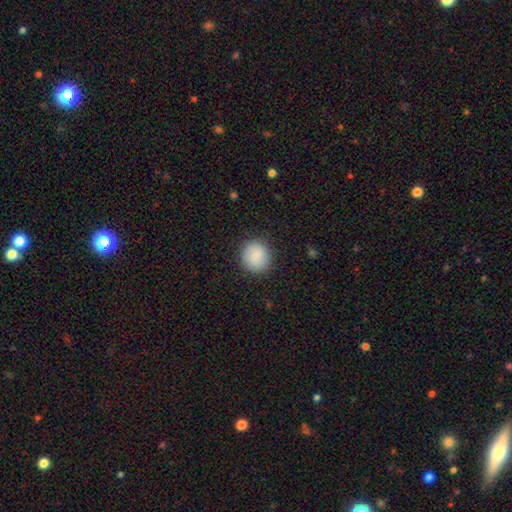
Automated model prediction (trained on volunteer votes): The model was most divided on "how rounded": round: 88%, in between: 11%, cigar-shaped: 1%. More confident: smooth or featured — smooth (89%); merging — none (89%).